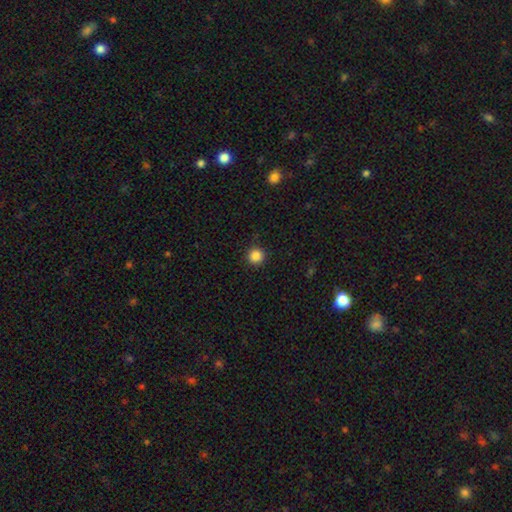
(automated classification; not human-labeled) A smooth galaxy with no disk features (86%) that is round (95%).

Vote fractions:
- Smooth or featured? smooth: 86% / star or artifact: 11% / featured or disk: 3%
- How rounded? round: 95% / in between: 4% / cigar-shaped: 1%
- Merging? none: 92% / minor disturbance: 6% / major disturbance: 2% / merger: 1%